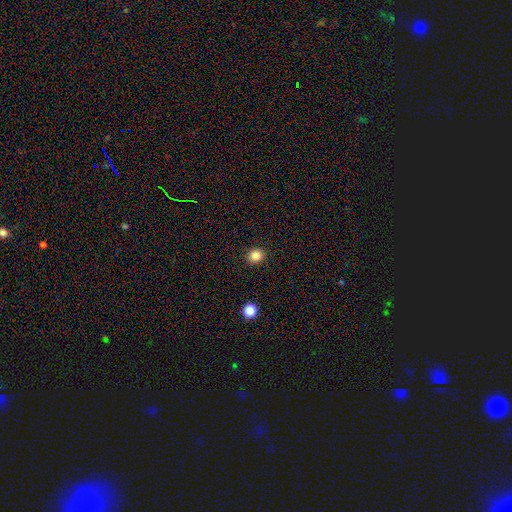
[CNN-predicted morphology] smooth 84%, star or artifact 12%, featured or disk 4%. Down the decision tree: how rounded — round (84%); merging — none (92%).